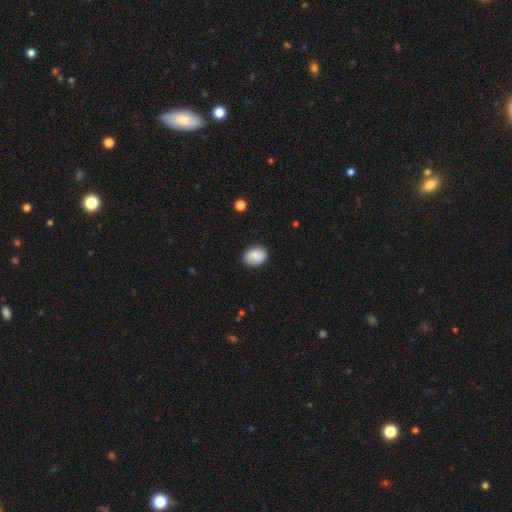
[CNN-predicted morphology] smooth_or_featured: smooth (p=0.84) [alt: featured or disk p=0.08]
how_rounded: in between (p=0.65) [alt: round p=0.34]
merging: none (p=0.83) [alt: minor disturbance p=0.13]